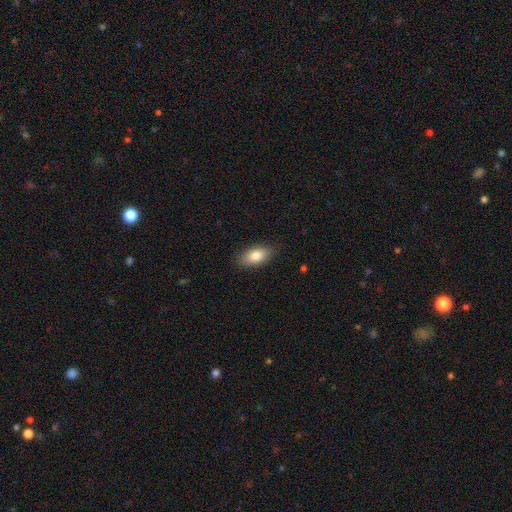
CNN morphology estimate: type=smooth (83%); roundness=in between (91%); merging=none (86%).